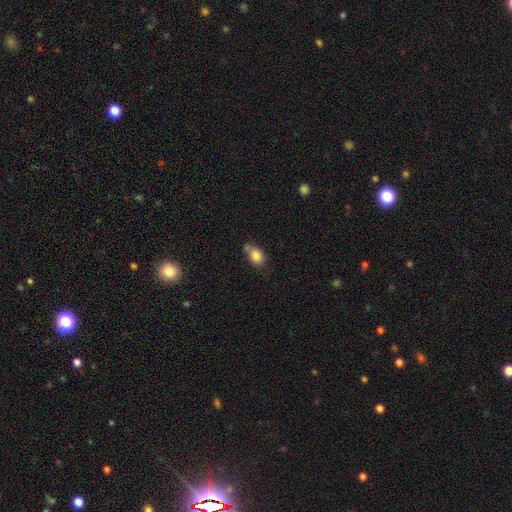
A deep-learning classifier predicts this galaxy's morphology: A smooth galaxy with no disk features (83%) that is in between round and cigar-shaped (77%).

Vote fractions:
- Smooth or featured? smooth: 83% / star or artifact: 9% / featured or disk: 8%
- How rounded? in between: 77% / round: 21% / cigar-shaped: 2%
- Merging? none: 48% / minor disturbance: 30% / merger: 13% / major disturbance: 8%